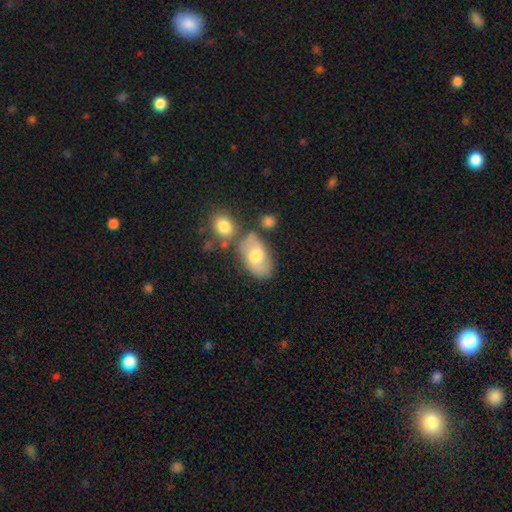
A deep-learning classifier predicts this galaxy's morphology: A smooth galaxy with no disk features (60%) that is in between round and cigar-shaped (90%).

Vote fractions:
- Smooth or featured? smooth: 60% / featured or disk: 32% / star or artifact: 8%
- How rounded? in between: 90% / round: 8% / cigar-shaped: 2%
- Merging? none: 60% / minor disturbance: 18% / merger: 16% / major disturbance: 6%